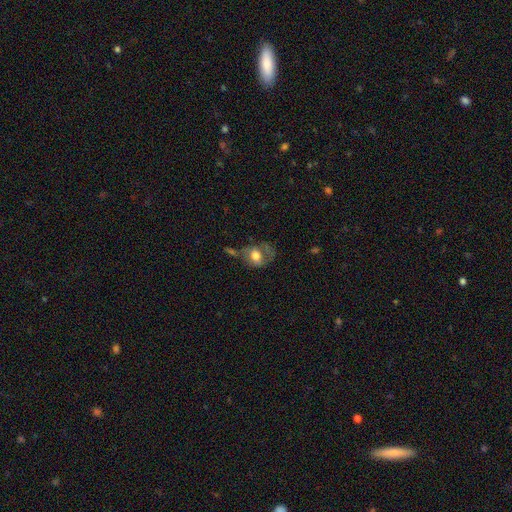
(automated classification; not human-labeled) smooth-or-featured: smooth: 61% | featured or disk: 31% | star or artifact: 8%
  how-rounded: in between: 54% | round: 45% | cigar-shaped: 1%
  merging: none: 42% | minor disturbance: 26% | major disturbance: 21% | merger: 11%